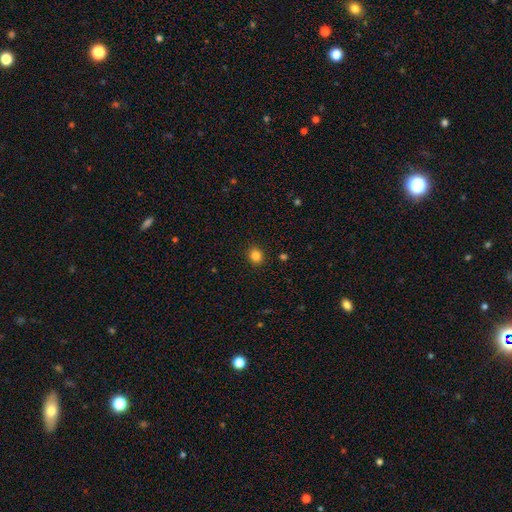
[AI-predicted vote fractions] This is clearly a smooth galaxy (84%). How rounded: likely round (75%). Merging: clearly none (91%).